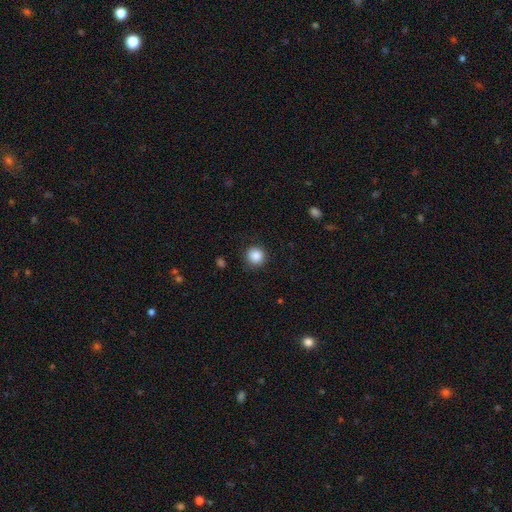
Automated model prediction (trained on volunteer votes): Smooth or featured? Predicted: smooth (p=0.87). How rounded? Predicted: round (p=0.94). Merging? Predicted: none (p=0.89).